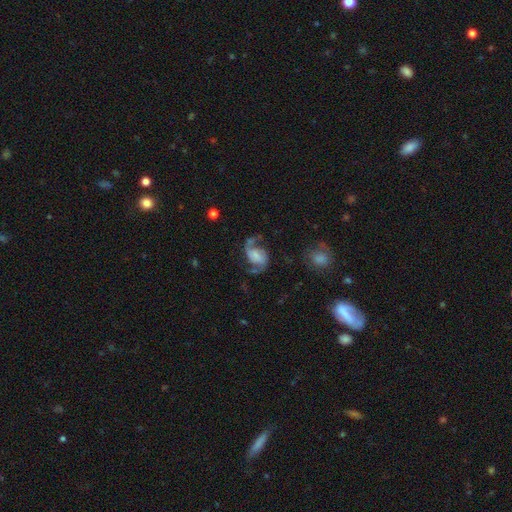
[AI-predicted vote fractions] smooth-or-featured: featured or disk: 81% | smooth: 12% | star or artifact: 7%
  disk-edge-on: no: 98% | yes: 2%
    bar: no: 43% | weak: 40% | strong: 18%
    has-spiral-arms: yes: 95% | no: 5%
      spiral-winding: loose: 54% | medium: 38% | tight: 8%
      spiral-arm-count: 2: 91% | 1: 4% | can't tell: 2% | 3: 1% | 4: 1% | more than 4: 1%
    bulge-size: small: 32% (tied) | none: 32% (tied) | moderate: 18% | large: 13% | dominant: 4%
  merging: none: 59% | minor disturbance: 19% | major disturbance: 18% | merger: 4%